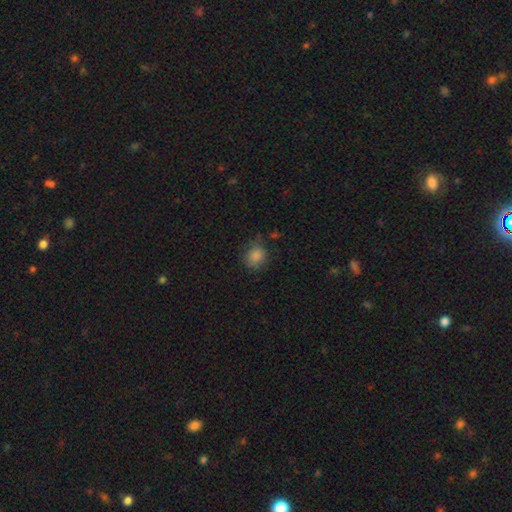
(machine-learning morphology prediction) Smooth or featured: smooth — 83% (star or artifact — 12%)
How rounded: round — 67% (in between — 32%)
Merging: none — 68% (minor disturbance — 23%)